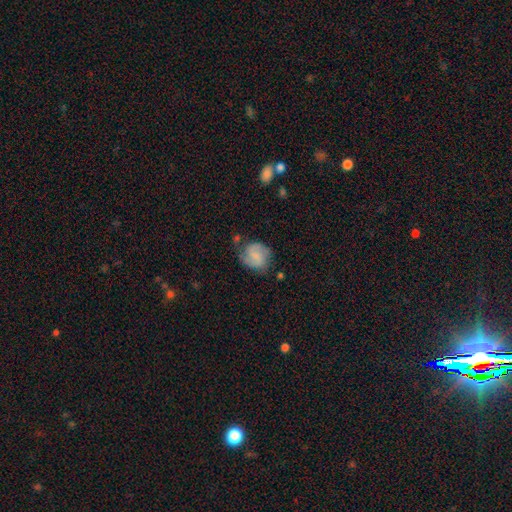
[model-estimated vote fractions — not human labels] A featured or disk galaxy (48%).

Vote fractions:
- Smooth or featured? featured or disk: 48% / smooth: 44% / star or artifact: 8%
- Merging? none: 63% / minor disturbance: 24% / major disturbance: 9% / merger: 4%